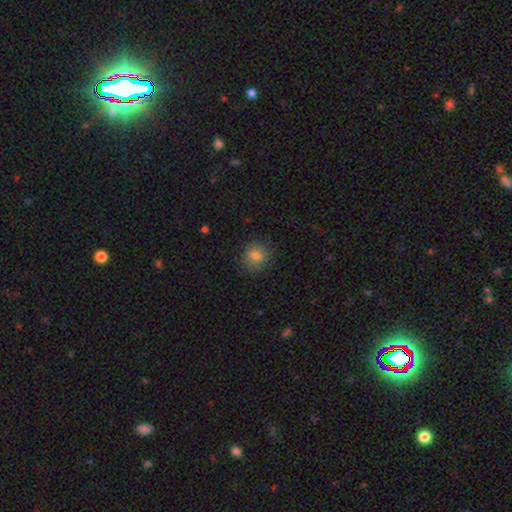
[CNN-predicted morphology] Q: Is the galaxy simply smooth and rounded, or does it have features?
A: smooth — 80%.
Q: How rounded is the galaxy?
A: round — 81%.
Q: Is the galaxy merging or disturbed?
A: none — 80%.